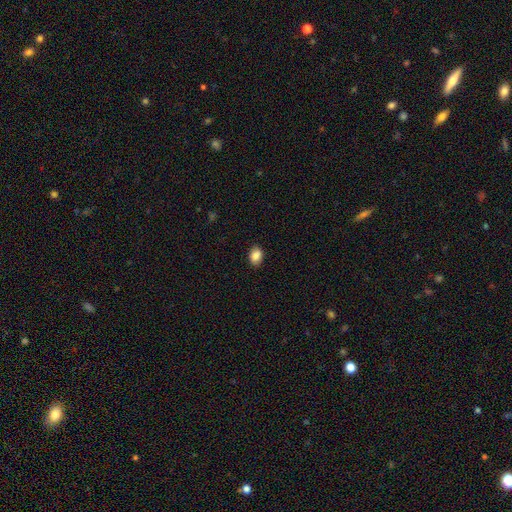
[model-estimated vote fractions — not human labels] Smooth or featured? Predicted: smooth (p=0.86). How rounded? Predicted: in between (p=0.78). Merging? Predicted: none (p=0.88).